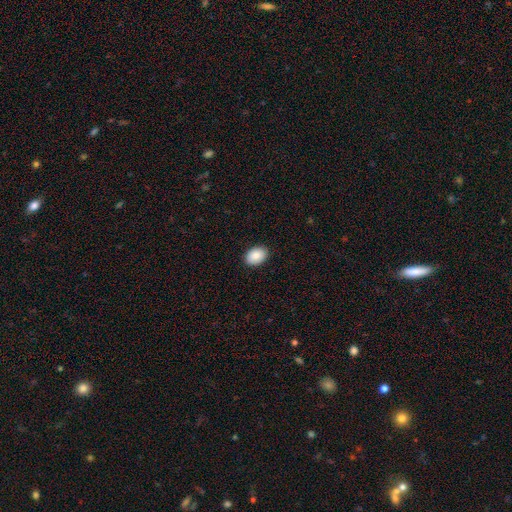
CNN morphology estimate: Smooth or featured? Predicted: smooth (p=0.89). How rounded? Predicted: in between (p=0.82). Merging? Predicted: none (p=0.90).